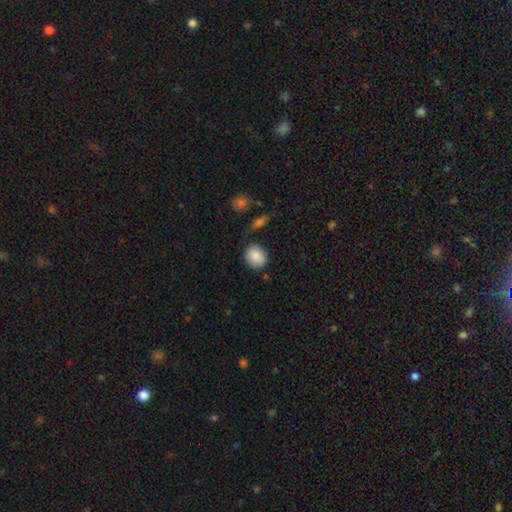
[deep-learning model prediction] smooth_or_featured: smooth (p=0.87) [alt: star or artifact p=0.07]
how_rounded: round (p=0.67) [alt: in between p=0.32]
merging: none (p=0.74) [alt: minor disturbance p=0.16]